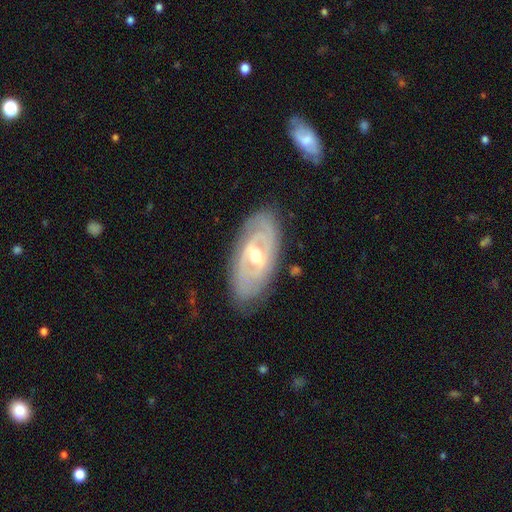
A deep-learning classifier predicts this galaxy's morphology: smooth-or-featured: featured or disk: 81% | smooth: 14% | star or artifact: 5%
  disk-edge-on: no: 91% | yes: 9%
    bar: weak: 44% | no: 31% | strong: 25%
    has-spiral-arms: yes: 77% | no: 23%
      spiral-winding: tight: 66% | medium: 25% | loose: 9%
      spiral-arm-count: 2: 44% | can't tell: 38% | 3: 8% | 1: 4% | 4: 3% | more than 4: 3%
    bulge-size: moderate: 69% | small: 25% | large: 4% | none: 1% | dominant: 1%
  merging: none: 79% | minor disturbance: 15% | major disturbance: 4% | merger: 2%